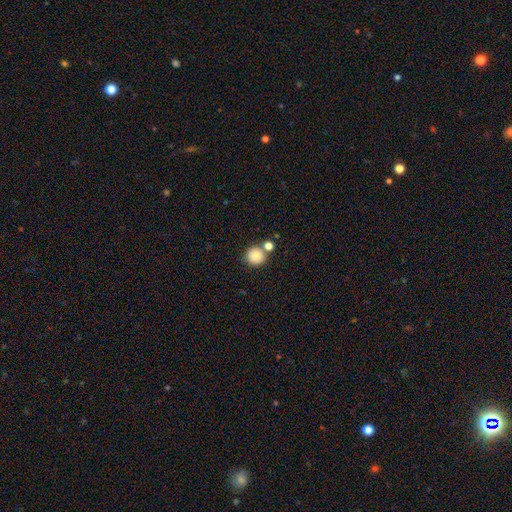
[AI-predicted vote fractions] smooth-or-featured: smooth: 85% | star or artifact: 10% | featured or disk: 6%
  how-rounded: round: 92% | in between: 7% | cigar-shaped: 1%
  merging: none: 70% | merger: 19% | minor disturbance: 8% | major disturbance: 3%